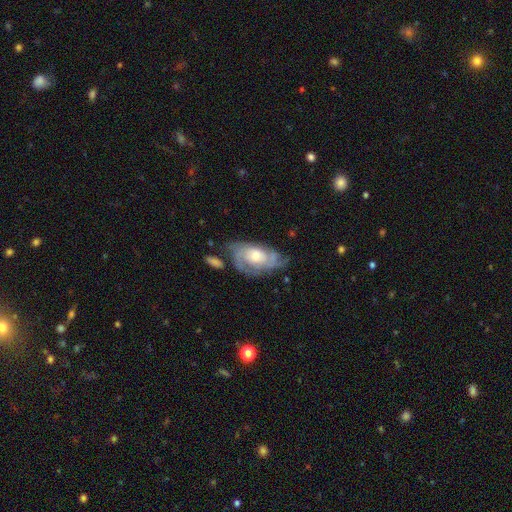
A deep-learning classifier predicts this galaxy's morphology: A featured or disk galaxy (79%) with no bar (73%), tight (55%) spiral arms (92%) and a moderate central bulge (60%). Merging: none (58%).